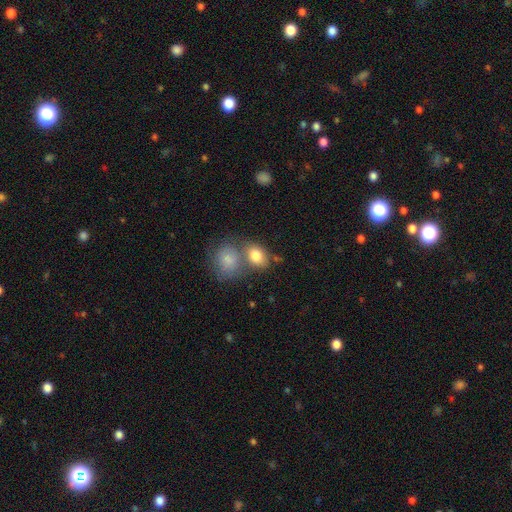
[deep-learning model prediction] This appears to be a smooth galaxy with no disk features (82%) that is in between round and cigar-shaped (67%). Merging: merger (43%).